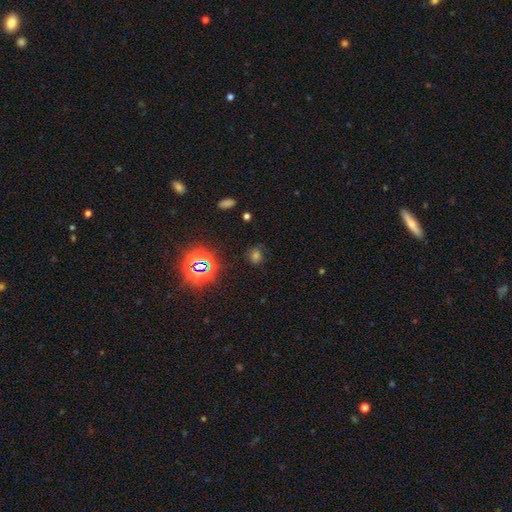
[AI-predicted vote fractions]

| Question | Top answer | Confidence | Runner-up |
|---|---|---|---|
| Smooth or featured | star or artifact | 47% | smooth (44%) |